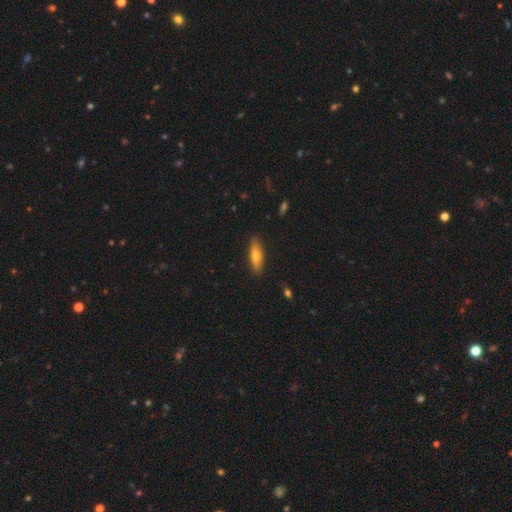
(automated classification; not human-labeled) Smooth or featured?
  - smooth: 70% *
  - featured or disk: 23%
  - star or artifact: 7%
How rounded?
  - cigar-shaped: 51% *
  - in between: 46%
  - round: 2%
Merging?
  - none: 87% *
  - minor disturbance: 10%
  - major disturbance: 2%
  - merger: 1%